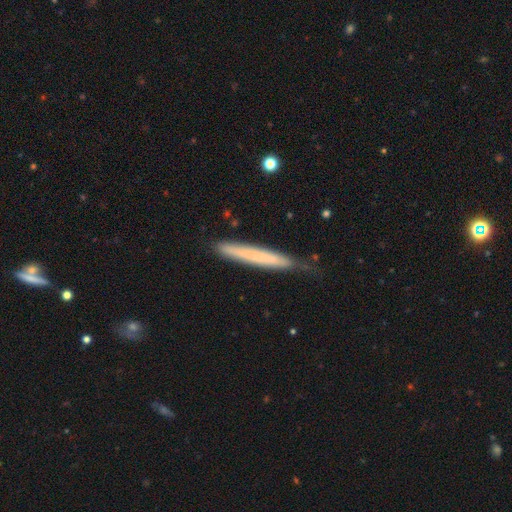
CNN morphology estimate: Overall: smooth (61%; featured or disk 33%). How rounded: cigar-shaped (96%). Merging: none (72%).